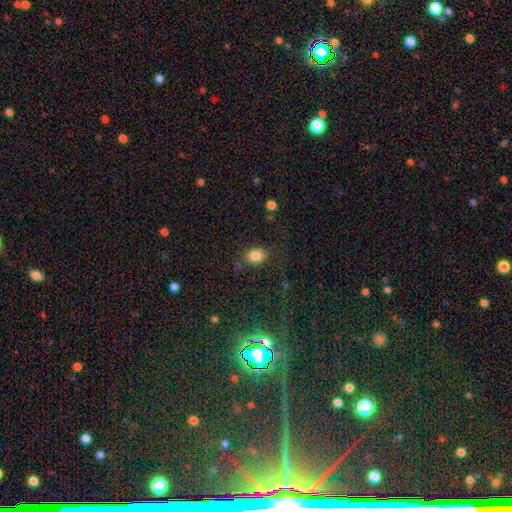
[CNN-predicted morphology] The model was most divided on "how rounded": in between: 62%, round: 37%, cigar-shaped: 1%. More confident: smooth or featured — smooth (83%); merging — none (79%).